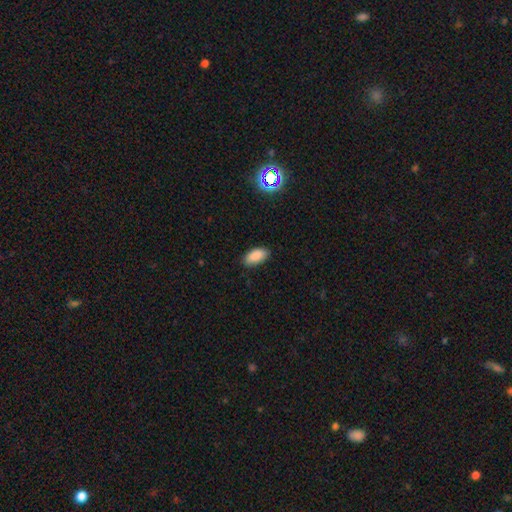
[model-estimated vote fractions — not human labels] This appears to be a smooth galaxy with no disk features (88%) that is in between round and cigar-shaped (93%). Merging: none (85%).